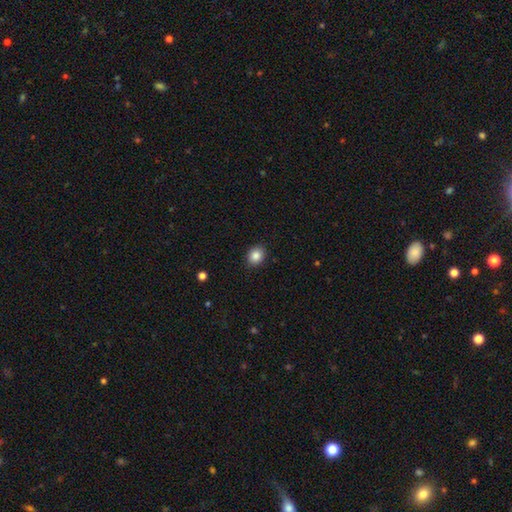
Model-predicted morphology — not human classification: smooth_or_featured: smooth (p=0.86) [alt: star or artifact p=0.09]
how_rounded: round (p=0.60) [alt: in between p=0.39]
merging: none (p=0.90) [alt: minor disturbance p=0.08]